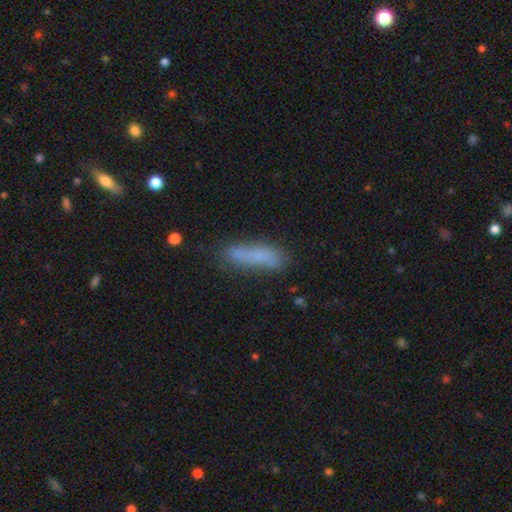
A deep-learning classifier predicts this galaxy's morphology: Smooth or featured? Predicted: smooth (p=0.74). How rounded? Predicted: cigar-shaped (p=0.72). Merging? Predicted: none (p=0.68).